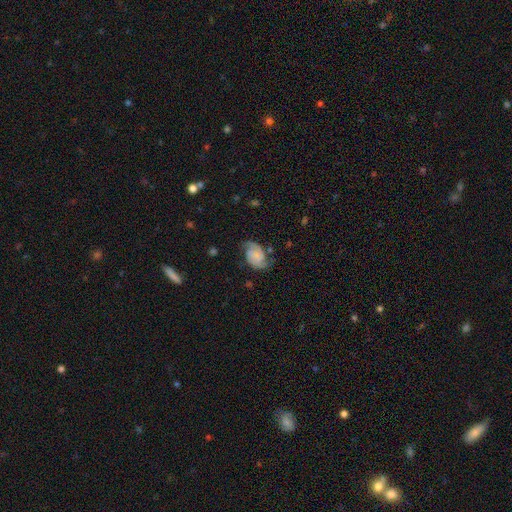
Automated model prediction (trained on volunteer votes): A featured or disk galaxy (77%) with no bar (67%), 2 (92%) medium (45%) spiral arms (96%) and no central bulge (51%). Merging: none (68%).